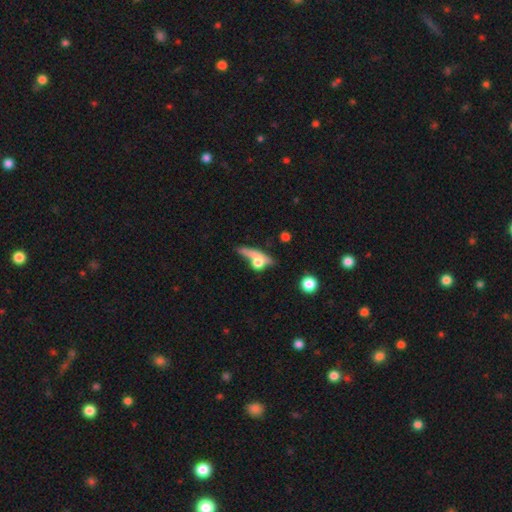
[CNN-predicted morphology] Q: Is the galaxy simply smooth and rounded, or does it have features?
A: smooth — 56%.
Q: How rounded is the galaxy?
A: cigar-shaped — 36%.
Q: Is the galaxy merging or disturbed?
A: none — 35%.